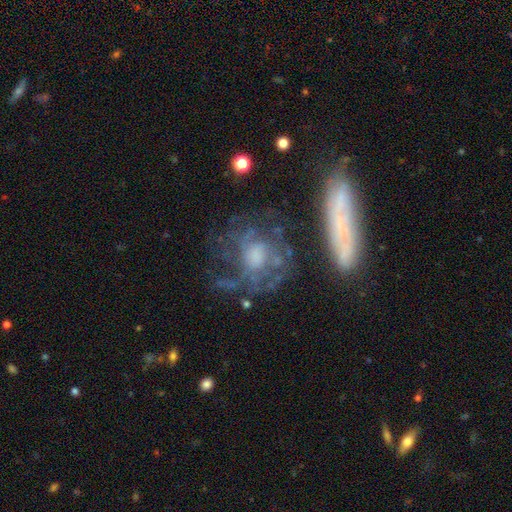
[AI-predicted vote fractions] This appears to be a featured or disk galaxy (66%) with no bar (74%), spiral arms (65%) and a moderate central bulge (39%). Merging: none (50%).